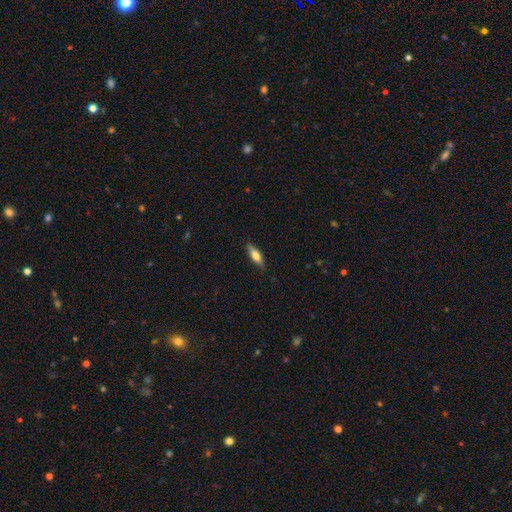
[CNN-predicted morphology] This is likely a smooth galaxy (63%). How rounded: possibly cigar-shaped (49%, tied with in between). Merging: clearly none (86%).